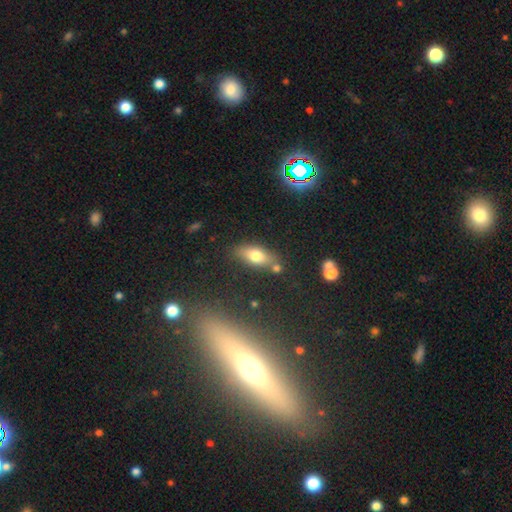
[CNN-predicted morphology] The model was most divided on "merging": none: 71%, minor disturbance: 15%, merger: 10%, major disturbance: 4%. More confident: how rounded — in between (79%); smooth or featured — smooth (73%).